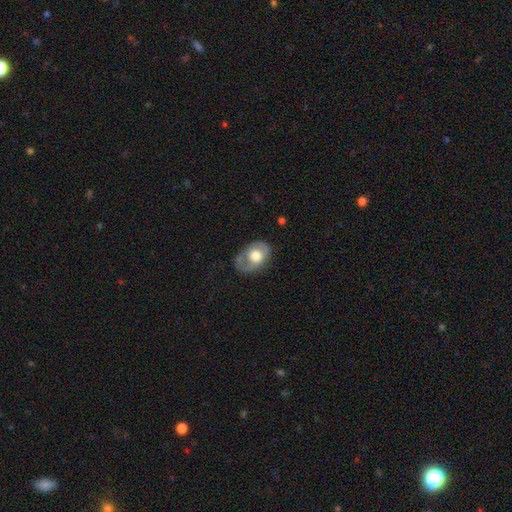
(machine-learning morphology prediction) featured or disk 47%, smooth 46%, star or artifact 6%. Down the decision tree: merging — none (51%).